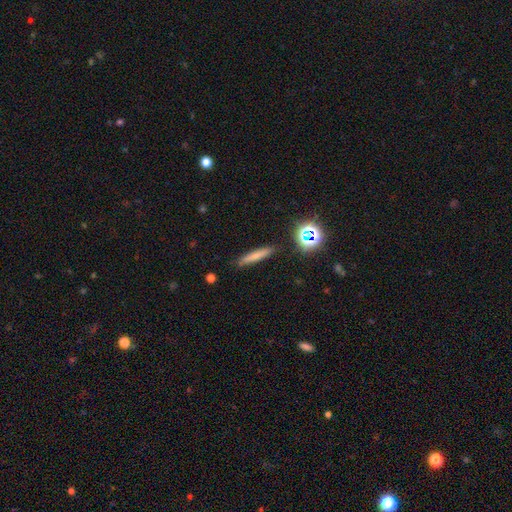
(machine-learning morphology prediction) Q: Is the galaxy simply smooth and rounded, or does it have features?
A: smooth — 70%.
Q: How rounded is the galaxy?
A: cigar-shaped — 91%.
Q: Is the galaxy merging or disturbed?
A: none — 88%.